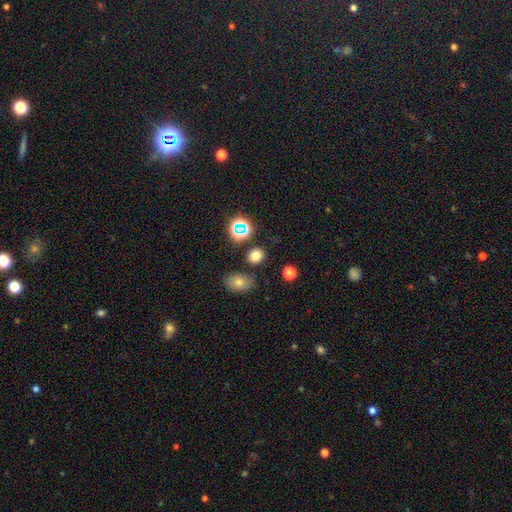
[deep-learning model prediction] Overall: smooth (73%). How rounded: round (57%; in between 42%). Merging: none (80%).